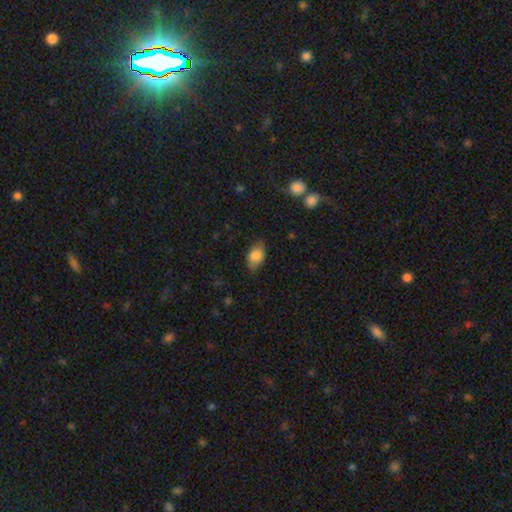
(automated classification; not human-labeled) A smooth galaxy with no disk features (82%) that is in between round and cigar-shaped (92%). Merging: none (77%).